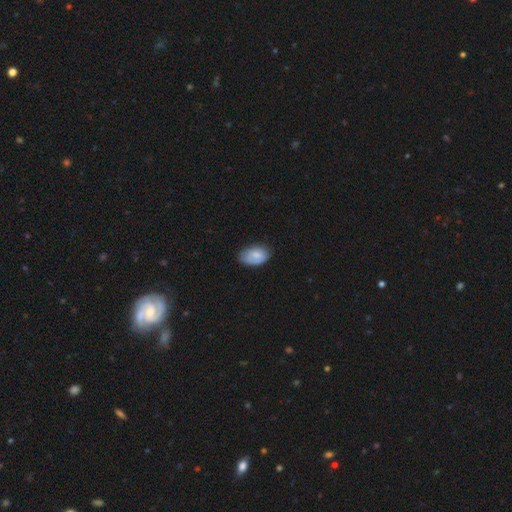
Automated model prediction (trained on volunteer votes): smooth 76%, featured or disk 17%, star or artifact 7%. Down the decision tree: how rounded — in between (92%); merging — none (67%).